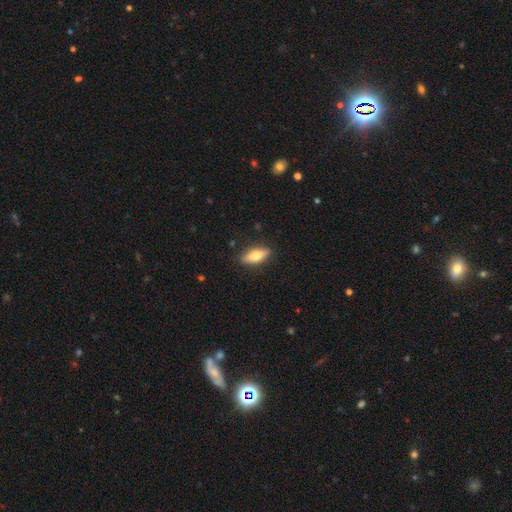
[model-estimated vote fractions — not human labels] This appears to be a smooth galaxy with no disk features (66%) that is in between round and cigar-shaped (64%). Merging: none (87%).